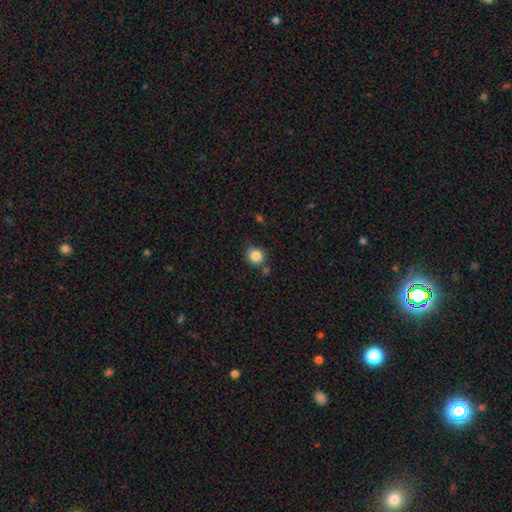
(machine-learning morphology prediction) Smooth or featured? Predicted: smooth (p=0.85). How rounded? Predicted: round (p=0.84). Merging? Predicted: none (p=0.78).